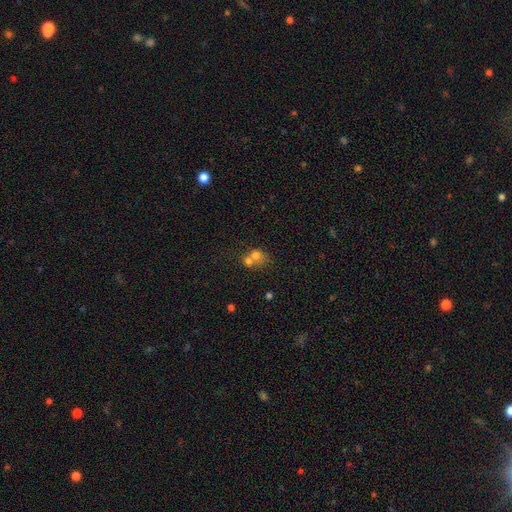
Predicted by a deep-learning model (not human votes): The model was most divided on "how rounded": round: 66%, in between: 33%, cigar-shaped: 1%. More confident: smooth or featured — smooth (69%); merging — merger (62%).